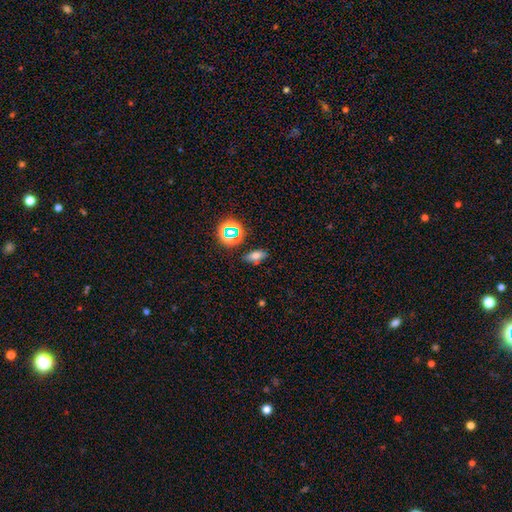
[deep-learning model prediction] Q: Smooth or featured?
A: smooth (68%); runner-up: star or artifact (20%)
Q: How rounded?
A: in between (80%); runner-up: round (11%)
Q: Merging?
A: none (80%); runner-up: minor disturbance (13%)